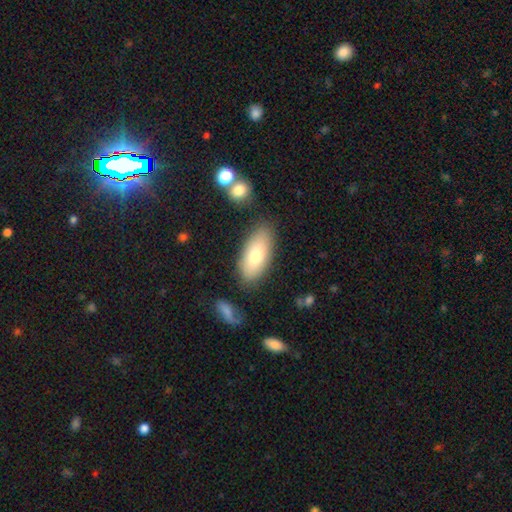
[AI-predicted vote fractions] This appears to be a smooth galaxy with no disk features (73%) that is in between round and cigar-shaped (87%). Merging: none (80%).